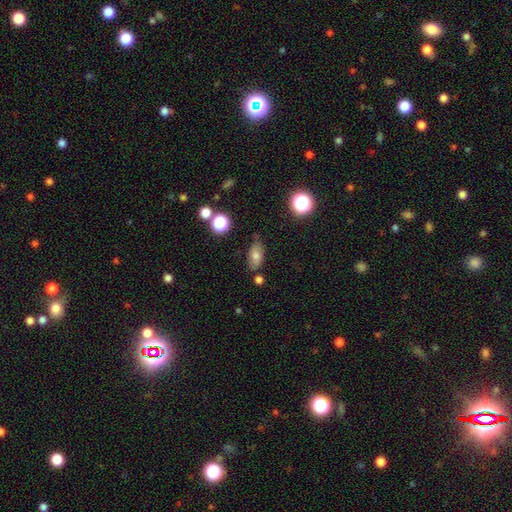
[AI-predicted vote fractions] Smooth or featured?
  - smooth: 70% *
  - featured or disk: 18%
  - star or artifact: 12%
How rounded?
  - in between: 84% *
  - round: 8%
  - cigar-shaped: 8%
Merging?
  - none: 71% *
  - minor disturbance: 19%
  - merger: 5%
  - major disturbance: 4%